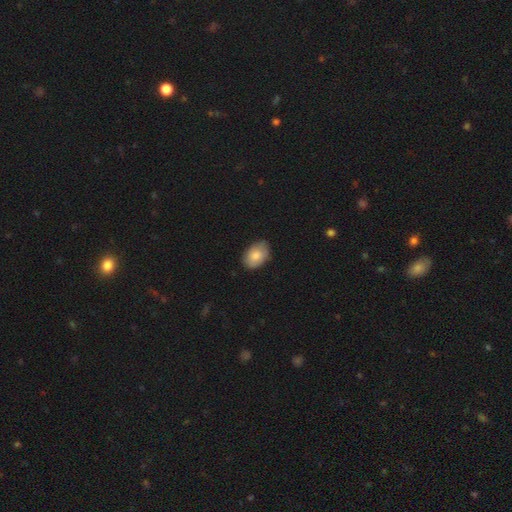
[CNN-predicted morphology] smooth_or_featured: smooth (p=0.79) [alt: featured or disk p=0.15]
how_rounded: in between (p=0.85) [alt: round p=0.14]
merging: none (p=0.75) [alt: minor disturbance p=0.21]